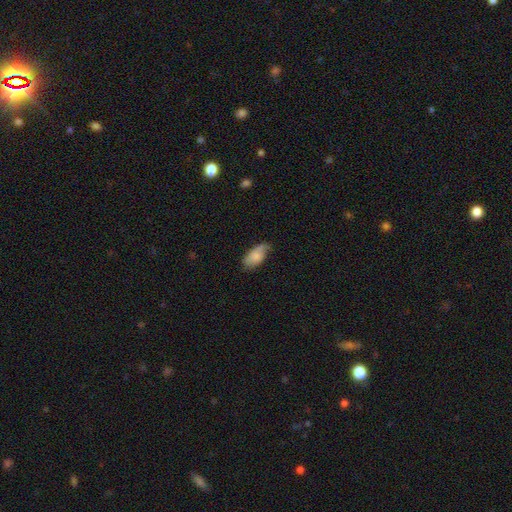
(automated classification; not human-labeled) This appears to be a smooth galaxy with no disk features (74%) that is in between round and cigar-shaped (92%). Merging: none (53%).